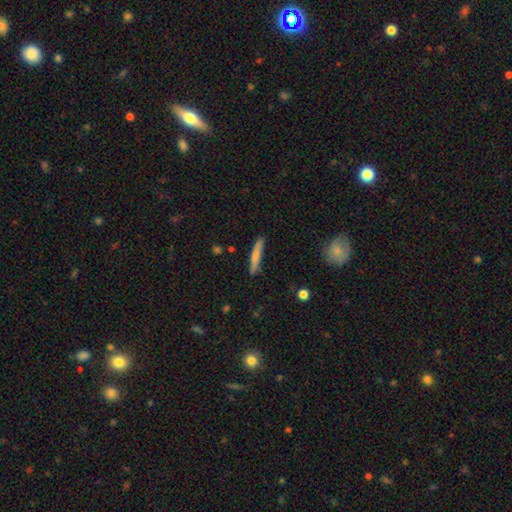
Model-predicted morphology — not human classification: A smooth galaxy with no disk features (71%) that is cigar-shaped (93%).

Vote fractions:
- Smooth or featured? smooth: 71% / featured or disk: 23% / star or artifact: 6%
- How rounded? cigar-shaped: 93% / in between: 6% / round: 1%
- Merging? none: 85% / minor disturbance: 11% / major disturbance: 2% / merger: 2%